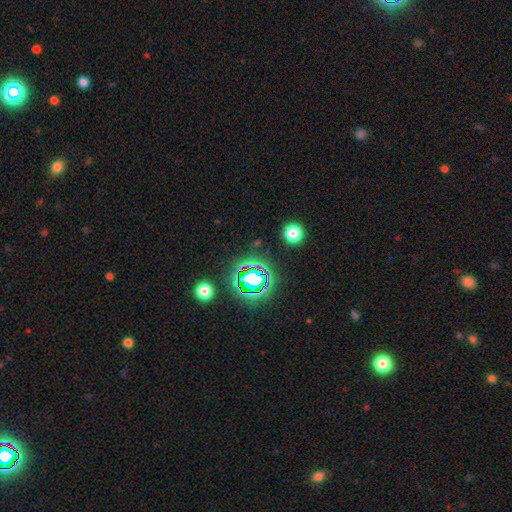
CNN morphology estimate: Smooth or featured: star or artifact — 77% (smooth — 15%)